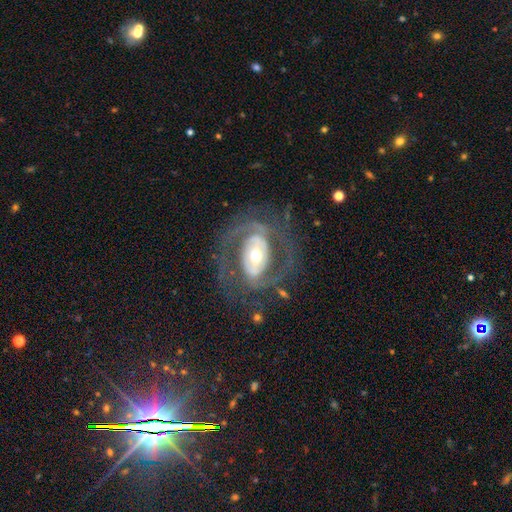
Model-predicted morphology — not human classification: Smooth or featured? Predicted: featured or disk (p=0.86). Edge-on disk? Predicted: no (p=0.96). Bar? Predicted: no (p=0.38). Spiral arms? Predicted: yes (p=0.89). Spiral winding? Predicted: medium (p=0.48). Spiral arm count? Predicted: 2 (p=0.81). Bulge size? Predicted: moderate (p=0.62). Merging? Predicted: none (p=0.70).